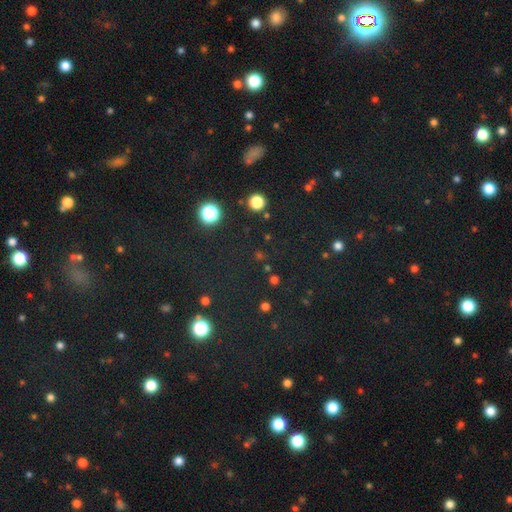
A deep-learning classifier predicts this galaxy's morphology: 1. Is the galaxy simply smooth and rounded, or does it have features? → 68% star or artifact, 24% smooth, 8% featured or disk.